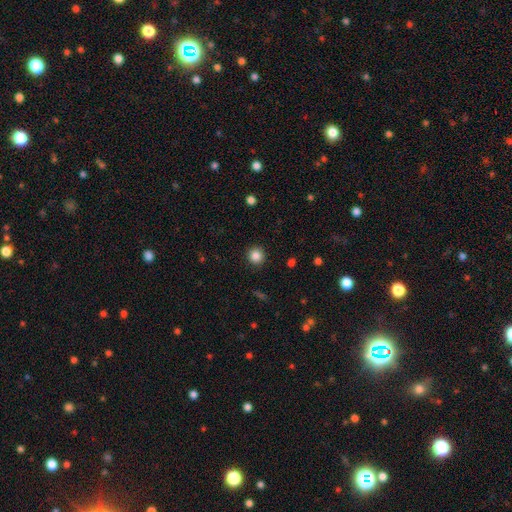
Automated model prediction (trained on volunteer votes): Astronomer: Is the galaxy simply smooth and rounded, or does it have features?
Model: smooth — 85%.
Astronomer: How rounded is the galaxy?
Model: round — 94%.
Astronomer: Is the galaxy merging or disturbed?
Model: none — 91%.